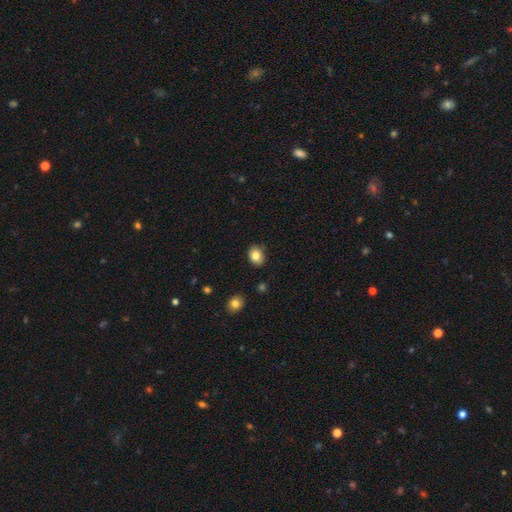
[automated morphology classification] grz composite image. It shows a smooth galaxy with no disk features (83%) that is in between round and cigar-shaped (52%). Merging: none (86%).